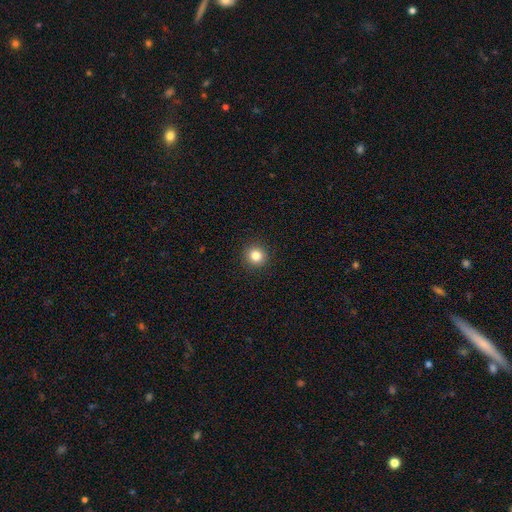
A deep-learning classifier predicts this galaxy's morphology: A smooth galaxy with no disk features (83%) that is round (93%). Merging: none (93%).